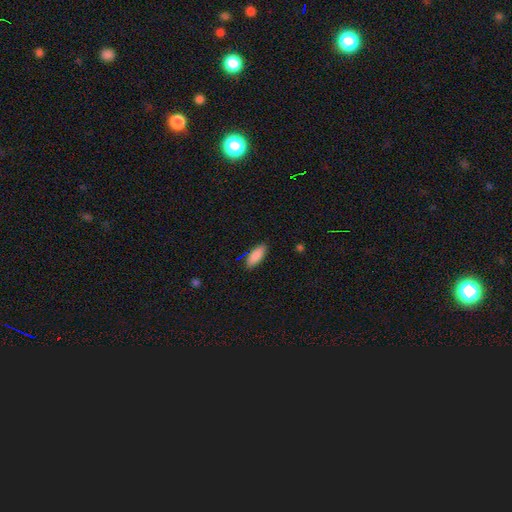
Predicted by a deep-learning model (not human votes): smooth 88%, star or artifact 6%, featured or disk 6%. Down the decision tree: how rounded — in between (77%); merging — none (87%).